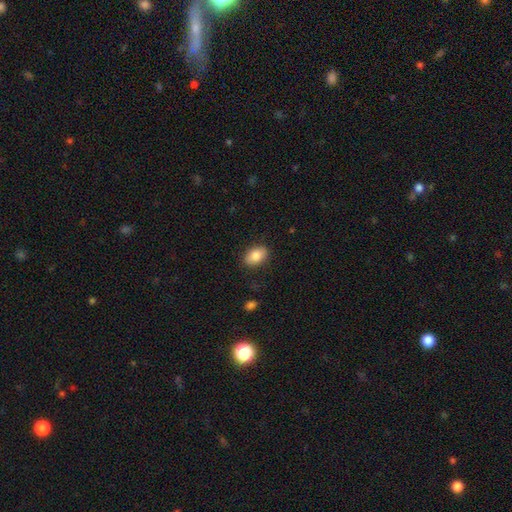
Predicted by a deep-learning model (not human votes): smooth-or-featured: smooth: 84% | featured or disk: 8% | star or artifact: 7%
  how-rounded: in between: 87% | round: 12% | cigar-shaped: 1%
  merging: none: 87% | minor disturbance: 10% | major disturbance: 3% | merger: 1%